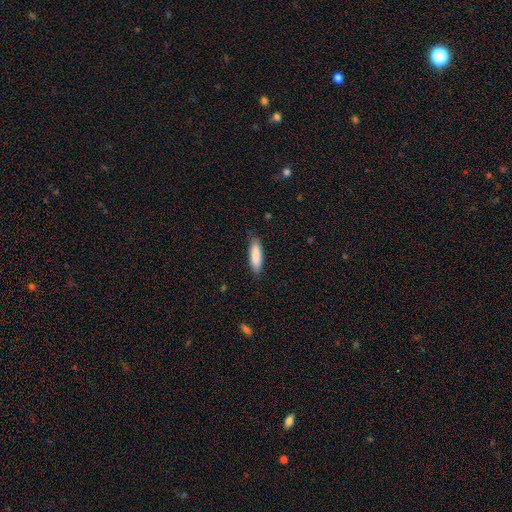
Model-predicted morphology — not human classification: Q: Smooth or featured?
A: smooth (87%); runner-up: featured or disk (8%)
Q: How rounded?
A: cigar-shaped (58%); runner-up: in between (40%)
Q: Merging?
A: none (83%); runner-up: minor disturbance (14%)